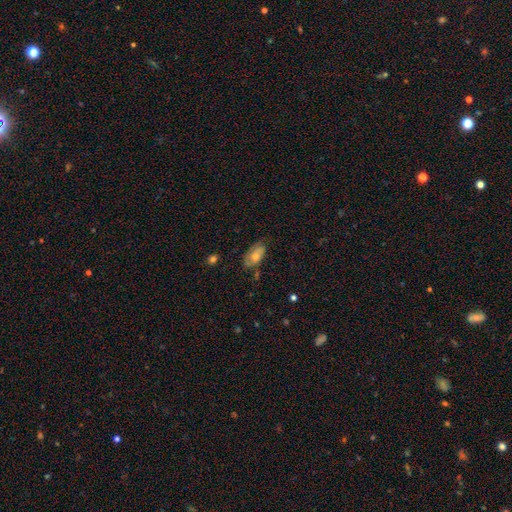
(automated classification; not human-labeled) This is likely a smooth galaxy (61%). How rounded: clearly in between (92%). Merging: likely none (64%).